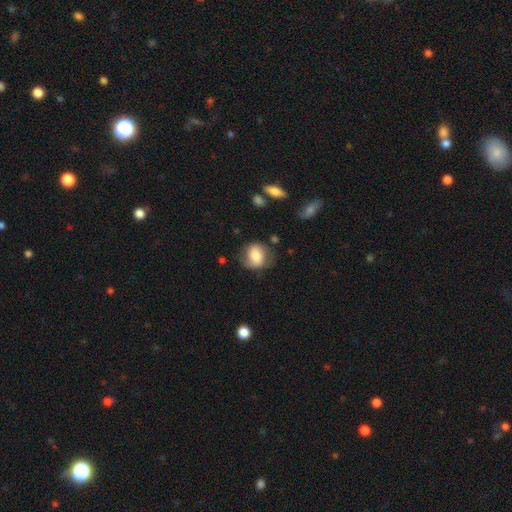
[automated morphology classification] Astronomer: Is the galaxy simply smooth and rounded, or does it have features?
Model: smooth — 68%.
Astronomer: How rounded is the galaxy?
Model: round — 58% (runner-up: in between, 40%).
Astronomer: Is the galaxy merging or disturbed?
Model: none — 67%.